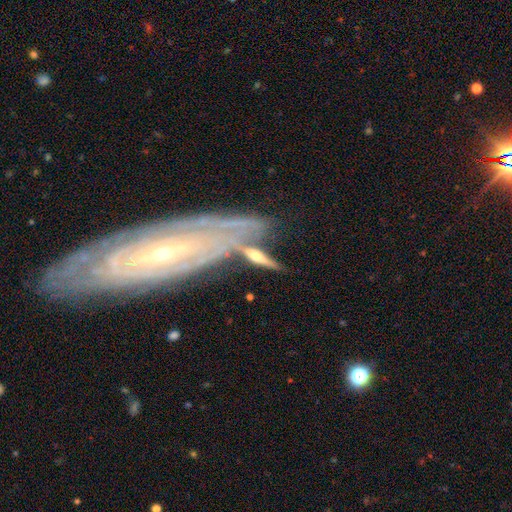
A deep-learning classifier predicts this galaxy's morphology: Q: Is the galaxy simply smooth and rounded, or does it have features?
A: featured or disk — 64%.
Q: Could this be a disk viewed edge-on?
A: yes — 74%.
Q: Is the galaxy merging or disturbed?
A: none — 44%.